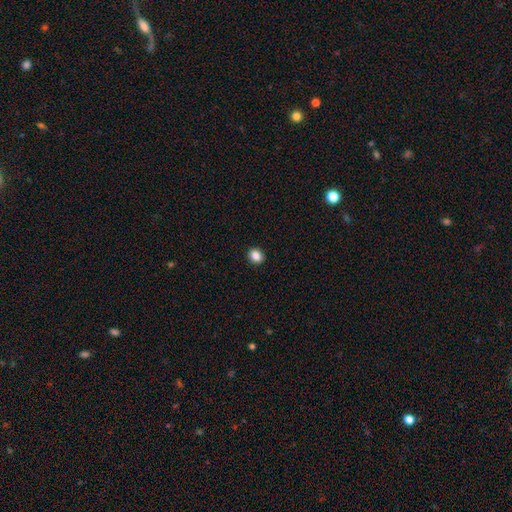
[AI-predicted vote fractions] smooth_or_featured: smooth (p=0.85) [alt: star or artifact p=0.10]
how_rounded: round (p=0.68) [alt: in between p=0.32]
merging: none (p=0.92) [alt: minor disturbance p=0.05]